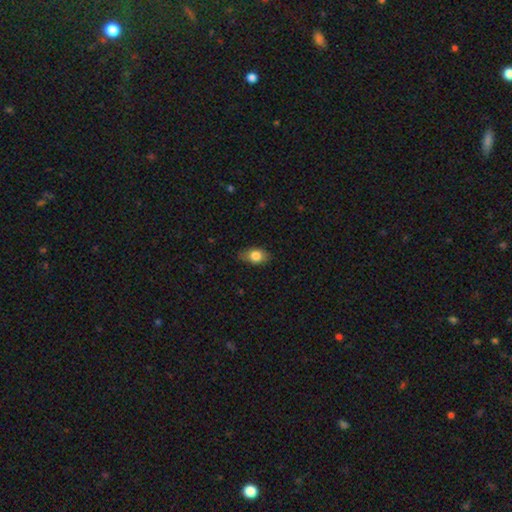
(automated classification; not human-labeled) Smooth or featured: smooth — 80% (featured or disk — 12%)
How rounded: in between — 80% (round — 18%)
Merging: none — 76% (minor disturbance — 19%)